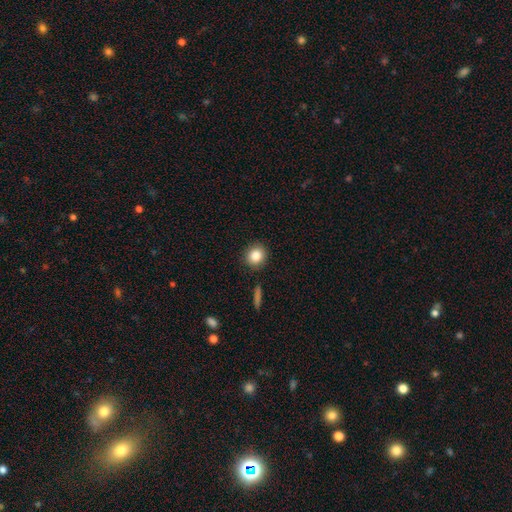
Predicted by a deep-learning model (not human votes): Q: Smooth or featured?
A: smooth (85%); runner-up: star or artifact (9%)
Q: How rounded?
A: round (80%); runner-up: in between (18%)
Q: Merging?
A: none (89%); runner-up: minor disturbance (7%)